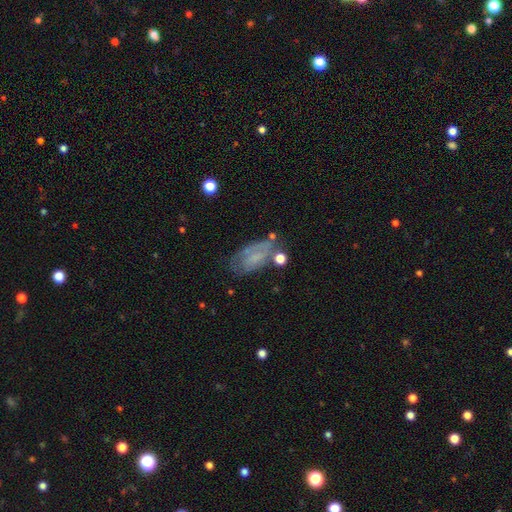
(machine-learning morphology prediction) A featured or disk galaxy (46%). Merging: none (51%).